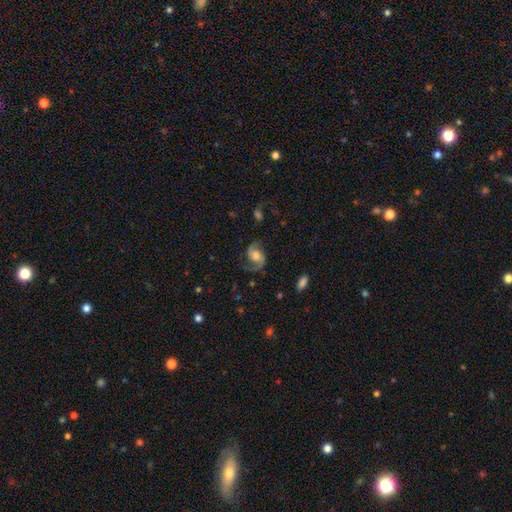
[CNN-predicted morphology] This is clearly a featured or disk galaxy (83%). It is clearly not viewed edge-on (98%). Bar: possibly no (59%). Spiral arm pattern: clearly yes (97%). Spiral arm count: clearly 2 (86%). Spiral winding: possibly medium (49%). Central bulge: possibly moderate (58%). Merging: likely none (72%).